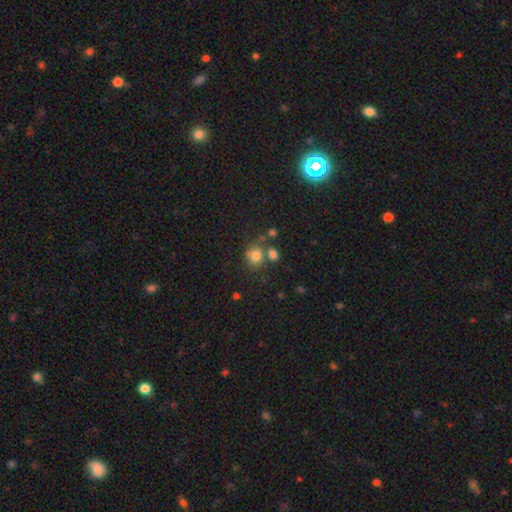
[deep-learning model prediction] A smooth galaxy with no disk features (77%) that is round (76%).

Vote fractions:
- Smooth or featured? smooth: 77% / star or artifact: 14% / featured or disk: 9%
- How rounded? round: 76% / in between: 23% / cigar-shaped: 1%
- Merging? none: 57% / merger: 23% / minor disturbance: 14% / major disturbance: 6%